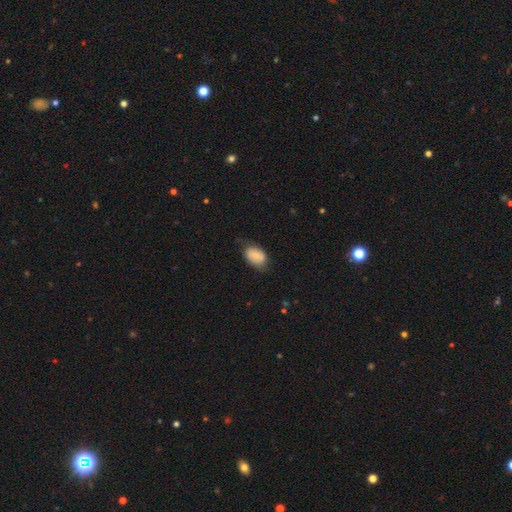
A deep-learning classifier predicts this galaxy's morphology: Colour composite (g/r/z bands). It shows a smooth galaxy with no disk features (69%) that is in between round and cigar-shaped (86%). Merging: none (62%).